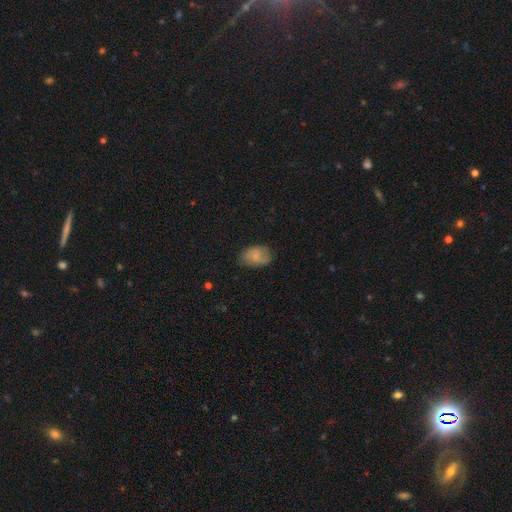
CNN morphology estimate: A smooth galaxy with no disk features (67%) that is in between round and cigar-shaped (84%).

Vote fractions:
- Smooth or featured? smooth: 67% / featured or disk: 24% / star or artifact: 8%
- How rounded? in between: 84% / round: 15% / cigar-shaped: 1%
- Merging? none: 67% / minor disturbance: 25% / major disturbance: 7% / merger: 1%